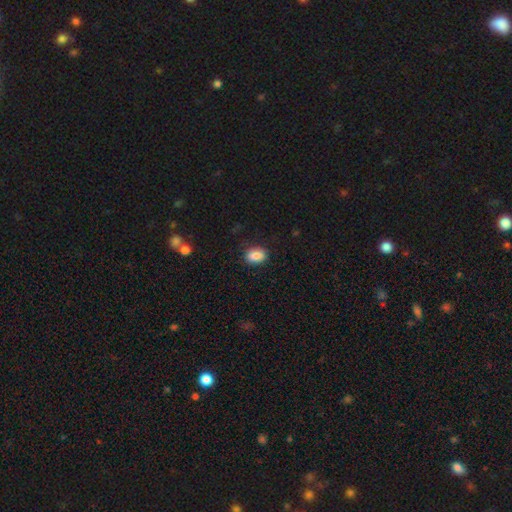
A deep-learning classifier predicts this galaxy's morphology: Q: Smooth or featured?
A: smooth (86%); runner-up: star or artifact (8%)
Q: How rounded?
A: in between (75%); runner-up: round (23%)
Q: Merging?
A: none (84%); runner-up: minor disturbance (12%)